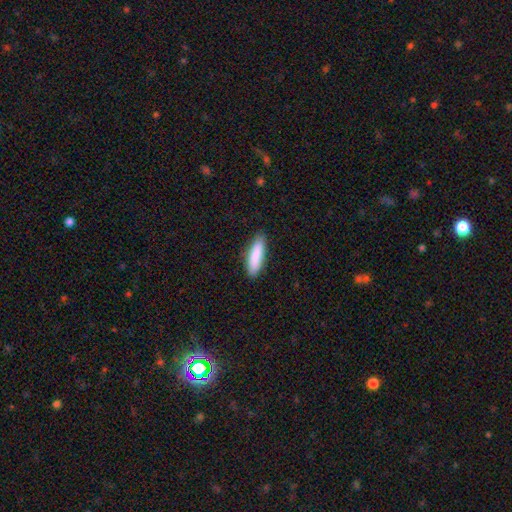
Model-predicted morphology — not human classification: smooth 87%, featured or disk 8%, star or artifact 6%. Down the decision tree: how rounded — cigar-shaped (65%); merging — none (87%).